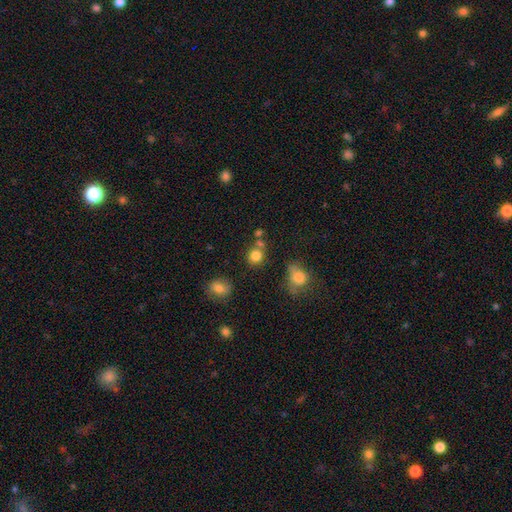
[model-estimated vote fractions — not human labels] Q: Smooth or featured?
A: smooth (80%); runner-up: star or artifact (13%)
Q: How rounded?
A: round (83%); runner-up: in between (15%)
Q: Merging?
A: none (64%); runner-up: merger (20%)